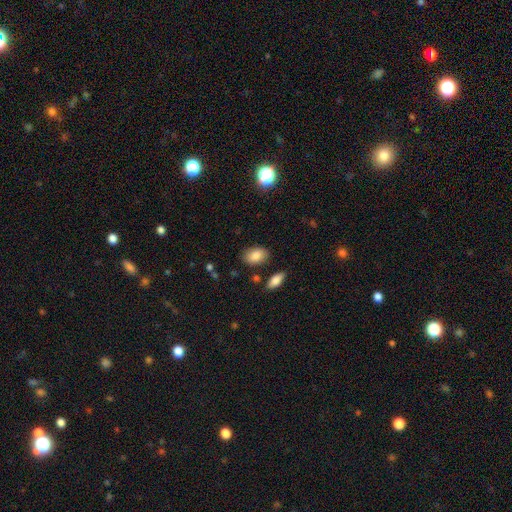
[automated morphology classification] This is clearly a smooth galaxy (85%). How rounded: clearly in between (87%). Merging: clearly none (82%).